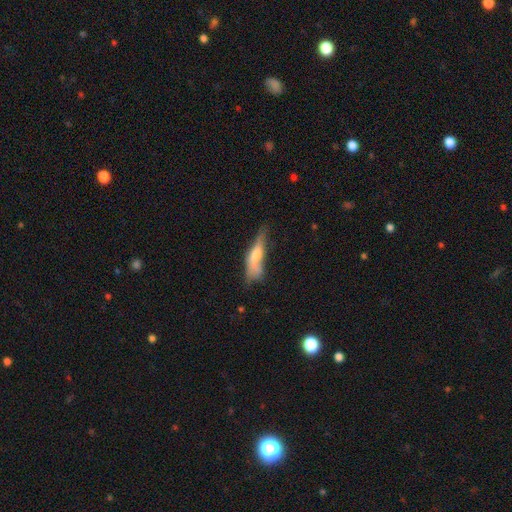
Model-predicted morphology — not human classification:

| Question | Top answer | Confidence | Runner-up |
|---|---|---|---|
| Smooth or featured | smooth | 49% | featured or disk (42%) |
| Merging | none | 41% | minor disturbance (33%) |